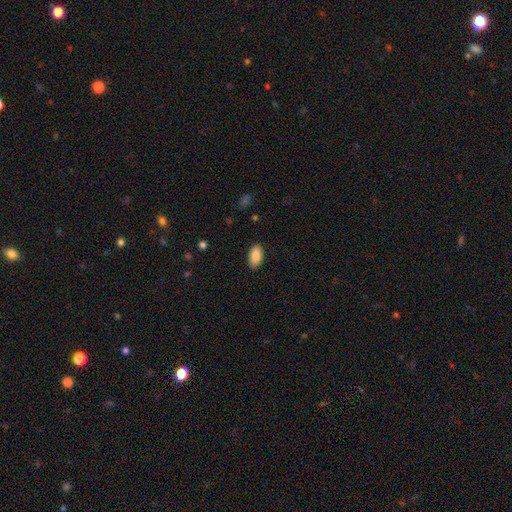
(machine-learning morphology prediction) Smooth or featured?
  - smooth: 87% *
  - star or artifact: 7%
  - featured or disk: 6%
How rounded?
  - in between: 93% *
  - cigar-shaped: 4%
  - round: 3%
Merging?
  - none: 88% *
  - minor disturbance: 9%
  - major disturbance: 2%
  - merger: 1%